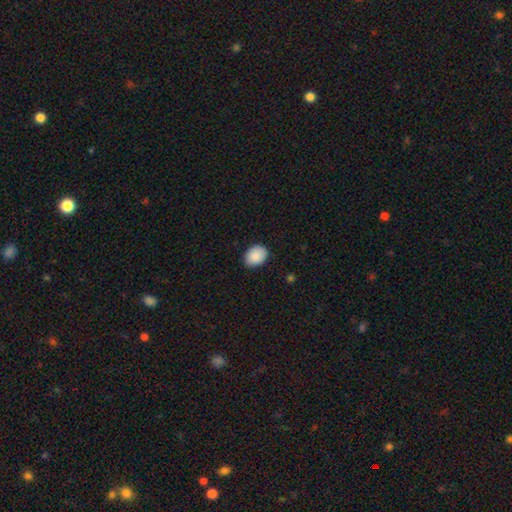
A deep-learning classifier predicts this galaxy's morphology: Smooth or featured?
  - smooth: 89% *
  - star or artifact: 7%
  - featured or disk: 4%
How rounded?
  - in between: 66% *
  - round: 34%
  - cigar-shaped: 1%
Merging?
  - none: 84% *
  - minor disturbance: 13%
  - major disturbance: 2%
  - merger: 1%